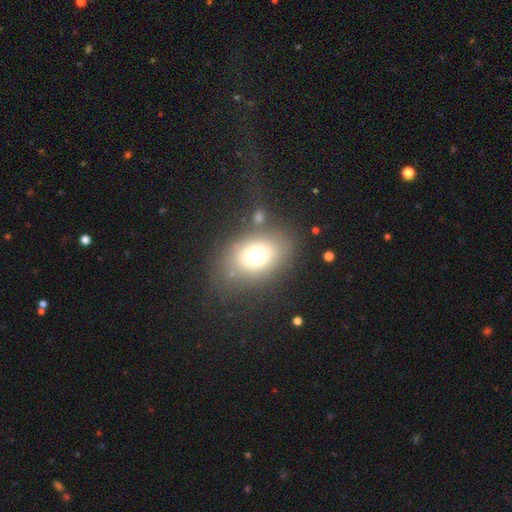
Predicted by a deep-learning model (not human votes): Smooth or featured? smooth (66%)
How rounded? in between (73%)
Merging? none (65%)